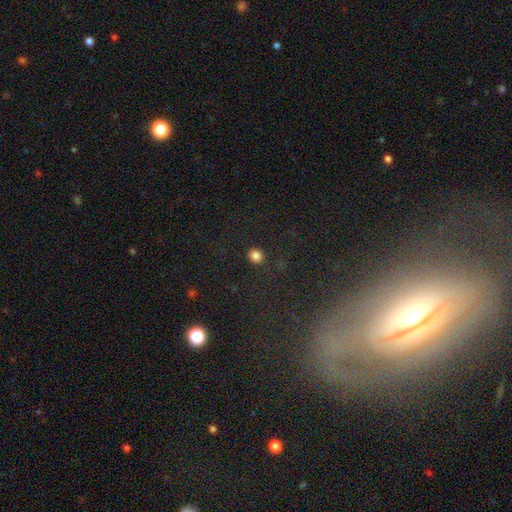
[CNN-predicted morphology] A smooth galaxy with no disk features (83%) that is round (84%).

Vote fractions:
- Smooth or featured? smooth: 83% / star or artifact: 13% / featured or disk: 4%
- How rounded? round: 84% / in between: 15% / cigar-shaped: 1%
- Merging? none: 90% / minor disturbance: 7% / major disturbance: 2% / merger: 1%